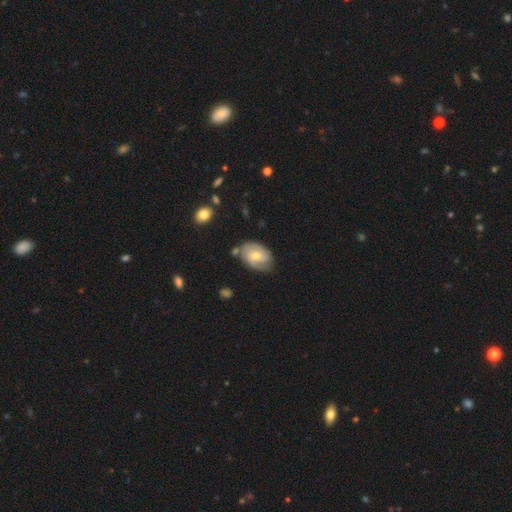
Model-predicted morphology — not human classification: A featured or disk galaxy (62%) with no bar (50%), 2 (60%) tight (47%) spiral arms (85%) and a moderate central bulge (52%).

Vote fractions:
- Smooth or featured? featured or disk: 62% / smooth: 31% / star or artifact: 6%
- Edge-on disk? no: 96% / yes: 4%
- Bar? no: 50% / weak: 42% / strong: 9%
- Spiral arms? yes: 85% / no: 15%
- Spiral winding? tight: 47% / medium: 38% / loose: 14%
- Spiral arm count? 2: 60% / can't tell: 22% / 1: 10% / 3: 6% / 4: 2% / more than 4: 1%
- Bulge size? moderate: 52% / small: 43% / large: 3% / none: 2% / dominant: 1%
- Merging? none: 63% / minor disturbance: 24% / major disturbance: 7% / merger: 6%